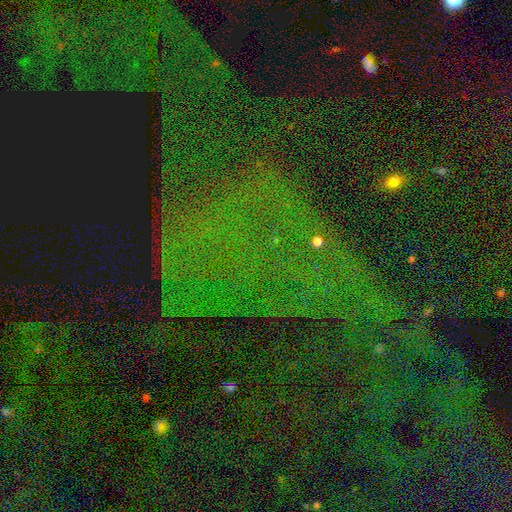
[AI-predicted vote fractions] Smooth or featured?
  - star or artifact: 78% *
  - featured or disk: 11%
  - smooth: 11%